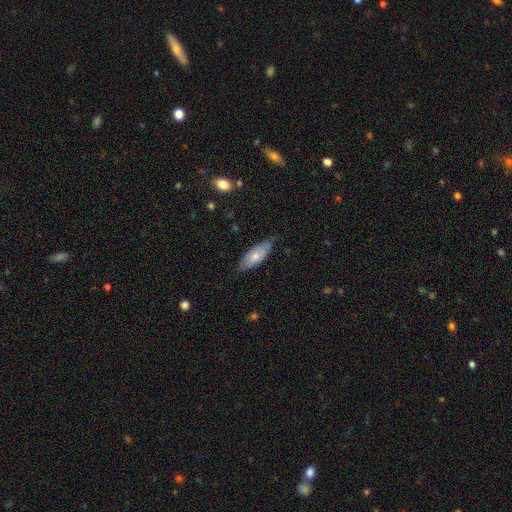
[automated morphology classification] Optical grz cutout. It shows a smooth galaxy with no disk features (71%) that is in between round and cigar-shaped (74%). Merging: none (69%).